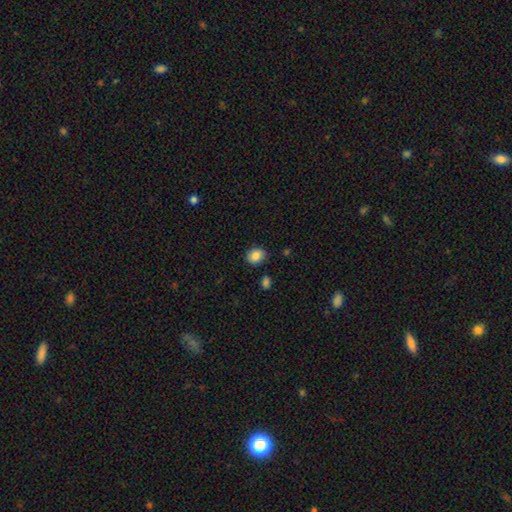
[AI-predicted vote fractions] Smooth or featured?
  - smooth: 85% *
  - star or artifact: 9%
  - featured or disk: 6%
How rounded?
  - round: 62% *
  - in between: 37%
  - cigar-shaped: 1%
Merging?
  - none: 79% *
  - minor disturbance: 16%
  - major disturbance: 3%
  - merger: 2%